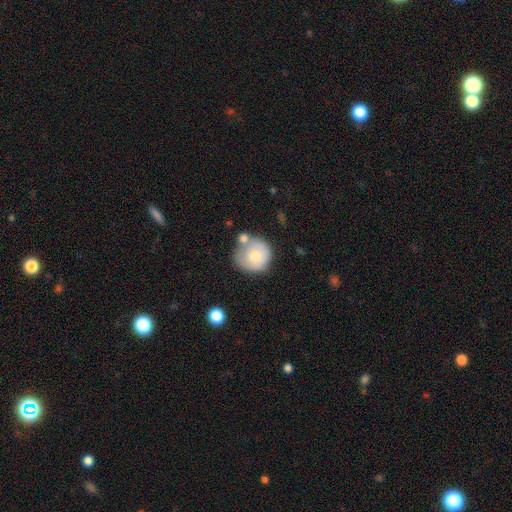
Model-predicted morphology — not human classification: smooth 73%, featured or disk 20%, star or artifact 7%. Down the decision tree: how rounded — round (89%); merging — none (48%).